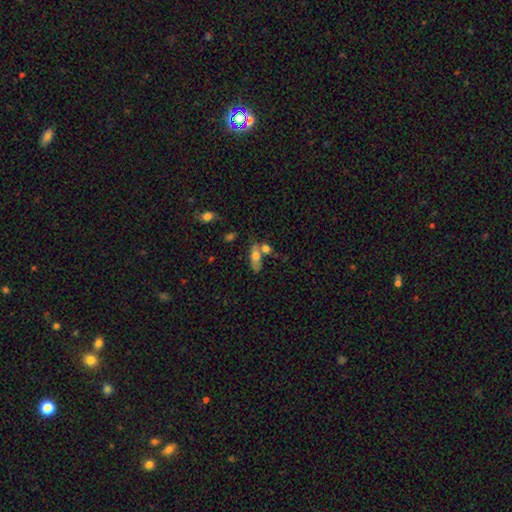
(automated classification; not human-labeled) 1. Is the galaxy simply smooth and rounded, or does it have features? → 65% smooth, 26% featured or disk, 8% star or artifact.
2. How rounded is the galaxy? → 76% in between, 19% cigar-shaped, 5% round.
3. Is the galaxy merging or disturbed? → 41% none, 37% merger, 15% minor disturbance, 7% major disturbance.